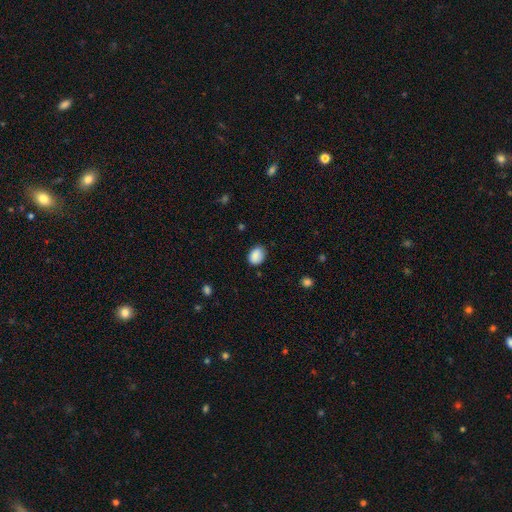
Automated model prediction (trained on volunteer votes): Smooth or featured?
  - smooth: 88% *
  - star or artifact: 8%
  - featured or disk: 5%
How rounded?
  - in between: 67% *
  - round: 32%
  - cigar-shaped: 1%
Merging?
  - none: 78% *
  - minor disturbance: 17%
  - major disturbance: 3%
  - merger: 1%